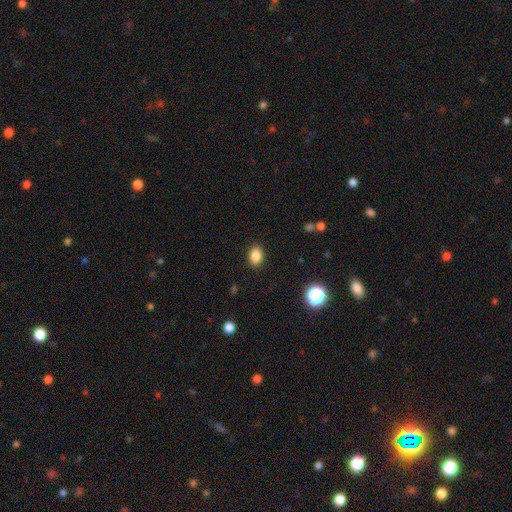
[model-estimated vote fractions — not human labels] smooth-or-featured: smooth: 86% | star or artifact: 10% | featured or disk: 4%
  how-rounded: in between: 76% | round: 23% | cigar-shaped: 1%
  merging: none: 89% | minor disturbance: 7% | major disturbance: 2% | merger: 1%